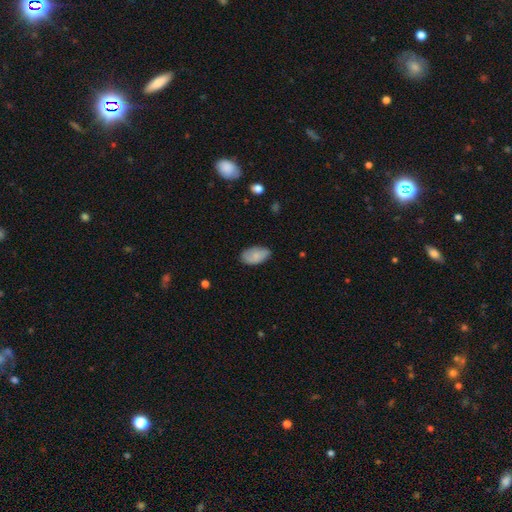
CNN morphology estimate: Smooth or featured? Predicted: smooth (p=0.76). How rounded? Predicted: in between (p=0.93). Merging? Predicted: none (p=0.70).